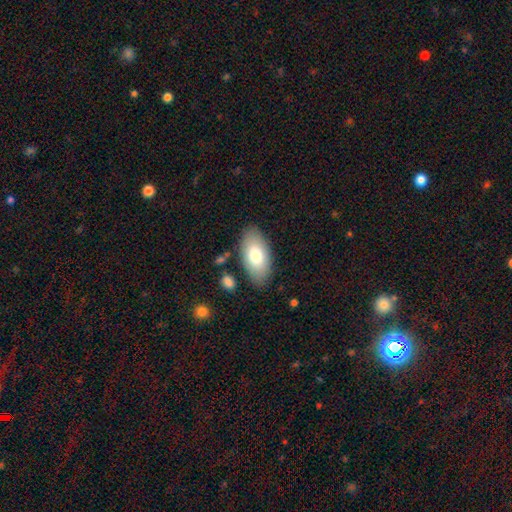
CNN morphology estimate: Smooth or featured?
  - smooth: 76% *
  - featured or disk: 18%
  - star or artifact: 6%
How rounded?
  - in between: 94% *
  - round: 3%
  - cigar-shaped: 3%
Merging?
  - none: 82% *
  - minor disturbance: 12%
  - merger: 3%
  - major disturbance: 3%